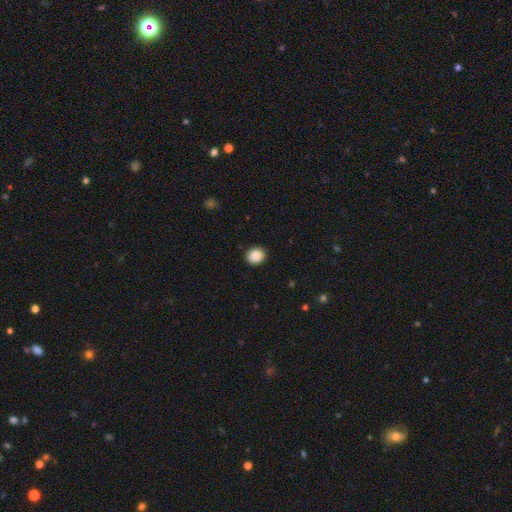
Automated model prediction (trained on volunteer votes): Morphology: type=smooth (89%); roundness=round (77%); merging=none (91%).